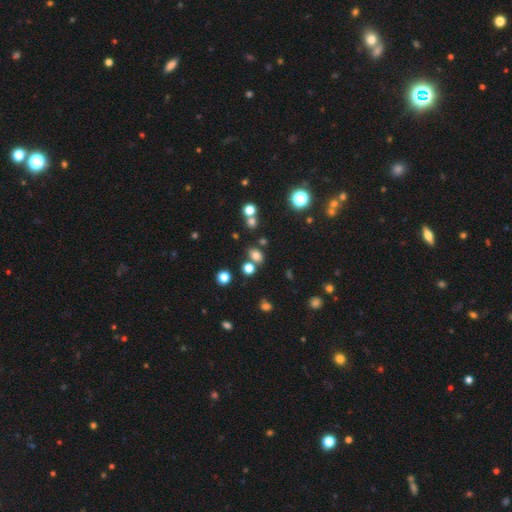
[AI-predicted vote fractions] smooth 73%, star or artifact 19%, featured or disk 8%. Down the decision tree: how rounded — in between (65%); merging — none (68%).